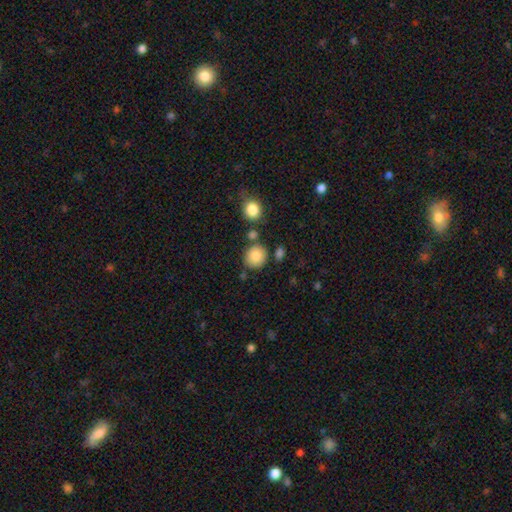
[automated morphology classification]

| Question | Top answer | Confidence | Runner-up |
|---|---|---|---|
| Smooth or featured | smooth | 84% | star or artifact (9%) |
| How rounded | round | 86% | in between (13%) |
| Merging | none | 77% | minor disturbance (10%) |